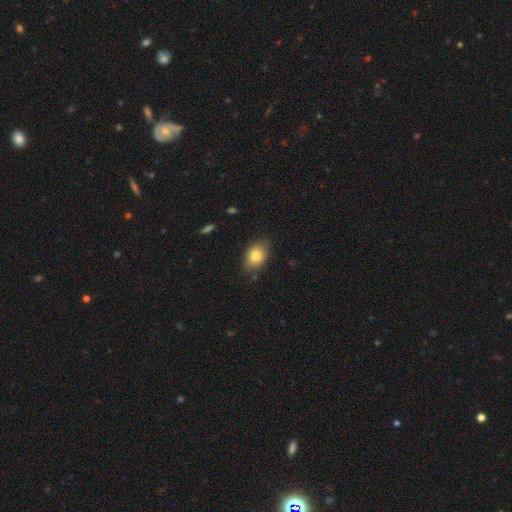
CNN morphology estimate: Overall: smooth (81%). How rounded: in between (79%). Merging: none (81%).